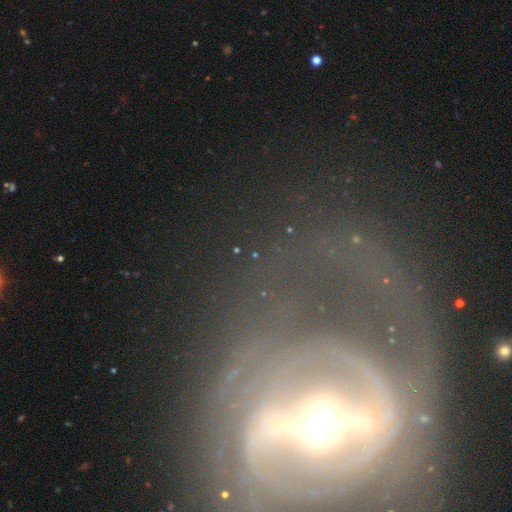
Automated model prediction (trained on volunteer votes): Smooth or featured? featured or disk (62%)
Edge-on disk? no (84%)
Bar? strong (45%)
Spiral arms? yes (63%)
Bulge size? moderate (55%)
Merging? none (69%)